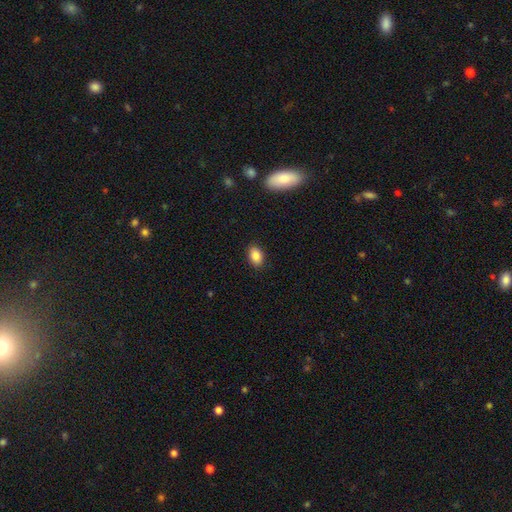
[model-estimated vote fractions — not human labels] Smooth or featured? Predicted: smooth (p=0.86). How rounded? Predicted: in between (p=0.85). Merging? Predicted: none (p=0.88).